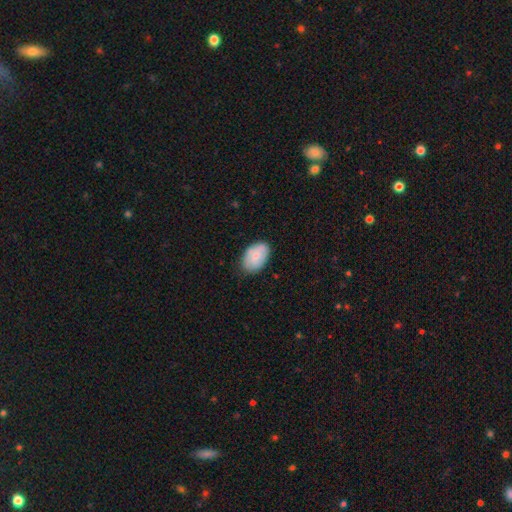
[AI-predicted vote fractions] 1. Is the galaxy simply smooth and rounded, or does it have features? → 71% smooth, 22% featured or disk, 6% star or artifact.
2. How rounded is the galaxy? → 91% in between, 8% round, 1% cigar-shaped.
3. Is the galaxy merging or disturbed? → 77% none, 19% minor disturbance, 3% major disturbance, 1% merger.